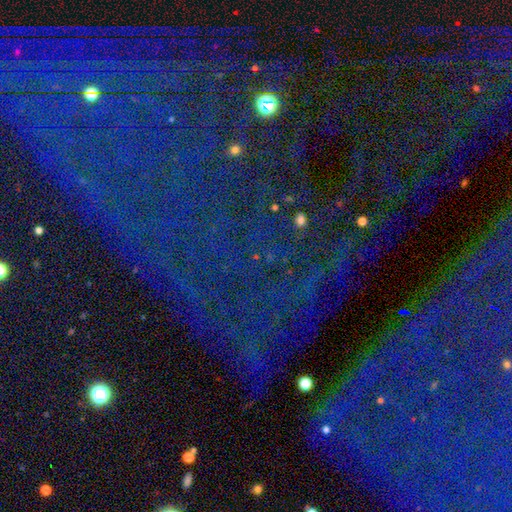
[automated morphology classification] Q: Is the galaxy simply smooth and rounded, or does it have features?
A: star or artifact — 81%.